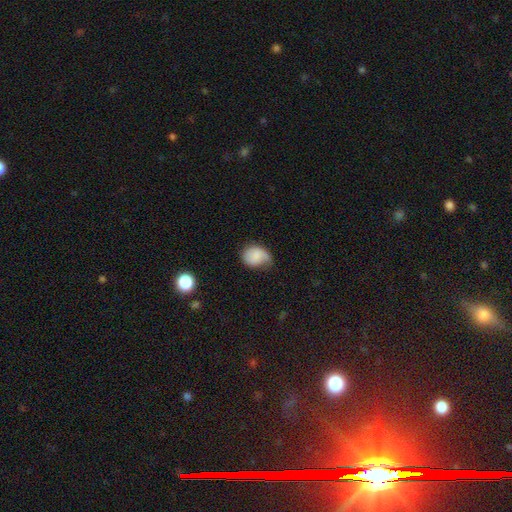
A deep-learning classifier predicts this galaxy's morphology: smooth-or-featured: smooth: 70% | featured or disk: 22% | star or artifact: 8%
  how-rounded: in between: 54% | round: 45% | cigar-shaped: 1%
  merging: minor disturbance: 42% | none: 39% | major disturbance: 16% | merger: 2%